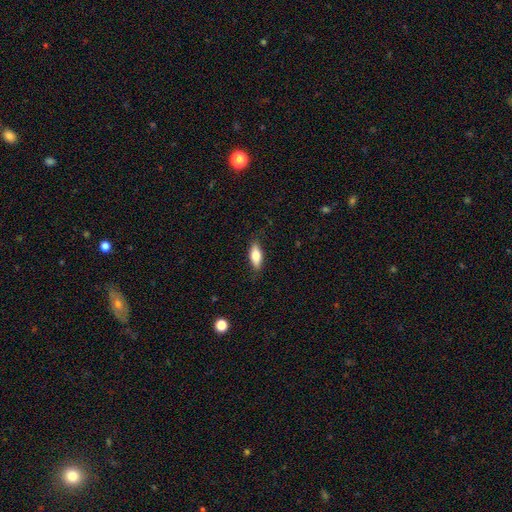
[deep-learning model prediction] Smooth or featured: smooth — 73% (featured or disk — 20%)
How rounded: in between — 75% (cigar-shaped — 22%)
Merging: none — 83% (minor disturbance — 13%)